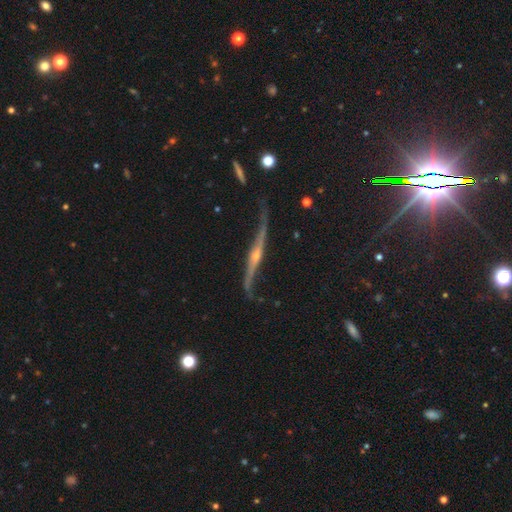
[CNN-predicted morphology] Overall: featured or disk (81%). Edge-on disk: yes (77%). Edge-on bulge: rounded (86%). Merging: none (64%).